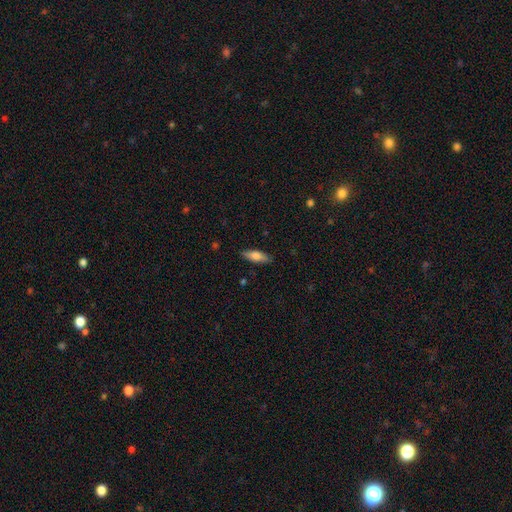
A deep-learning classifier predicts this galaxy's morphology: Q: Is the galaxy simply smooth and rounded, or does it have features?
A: smooth — 70%.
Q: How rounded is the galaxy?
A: in between — 55%.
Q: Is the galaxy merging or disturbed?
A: none — 87%.